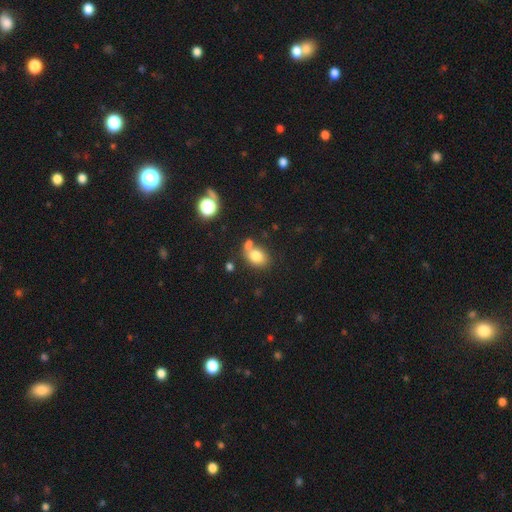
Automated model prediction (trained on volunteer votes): Smooth or featured?
  - smooth: 78% *
  - star or artifact: 11%
  - featured or disk: 11%
How rounded?
  - in between: 58% *
  - round: 41%
  - cigar-shaped: 1%
Merging?
  - none: 51% *
  - merger: 29%
  - minor disturbance: 14%
  - major disturbance: 5%